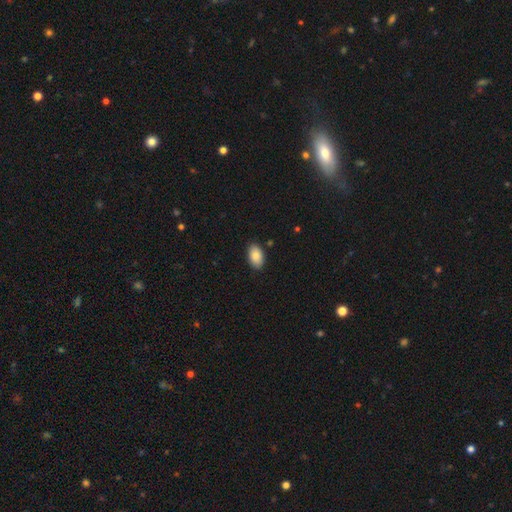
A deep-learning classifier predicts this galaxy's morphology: This is clearly a smooth galaxy (86%). How rounded: clearly in between (93%). Merging: clearly none (86%).